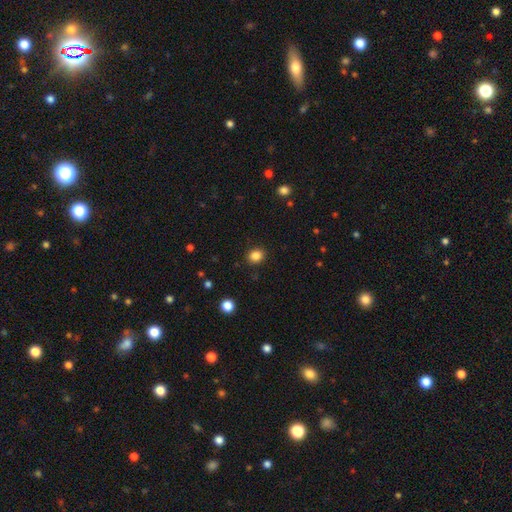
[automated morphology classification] The model was most divided on "how rounded": round: 64%, in between: 35%, cigar-shaped: 1%. More confident: merging — none (90%); smooth or featured — smooth (85%).